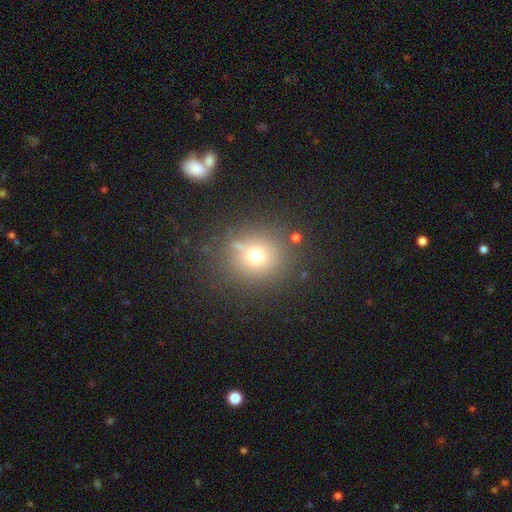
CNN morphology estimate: smooth_or_featured: smooth (p=0.67) [alt: star or artifact p=0.20]
how_rounded: round (p=0.89) [alt: in between p=0.10]
merging: none (p=0.79) [alt: minor disturbance p=0.10]